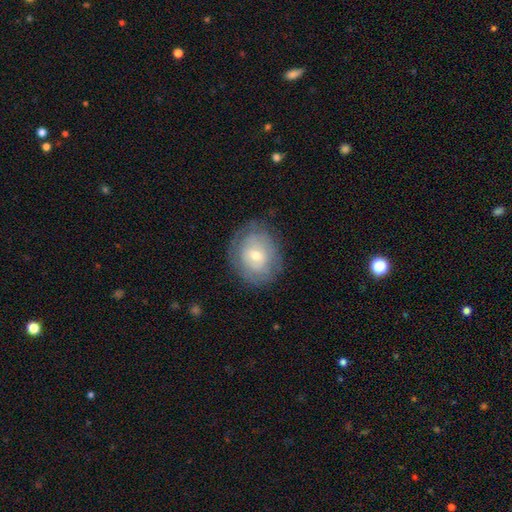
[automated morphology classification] This appears to be a featured or disk galaxy (50%). Merging: none (77%).